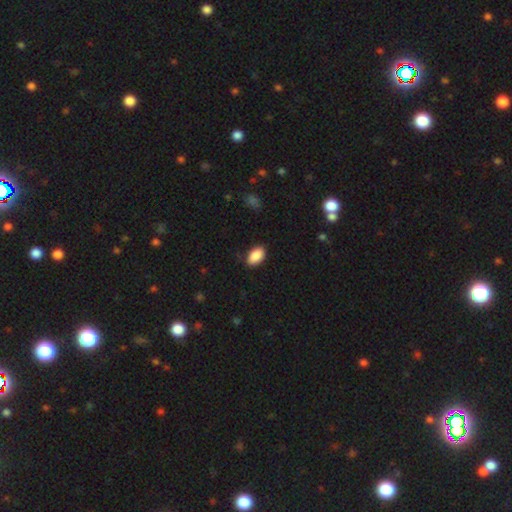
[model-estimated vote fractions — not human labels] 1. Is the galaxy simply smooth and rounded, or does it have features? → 89% smooth, 7% star or artifact, 4% featured or disk.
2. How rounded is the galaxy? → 93% in between, 5% round, 2% cigar-shaped.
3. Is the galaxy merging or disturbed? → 82% none, 14% minor disturbance, 3% major disturbance, 1% merger.